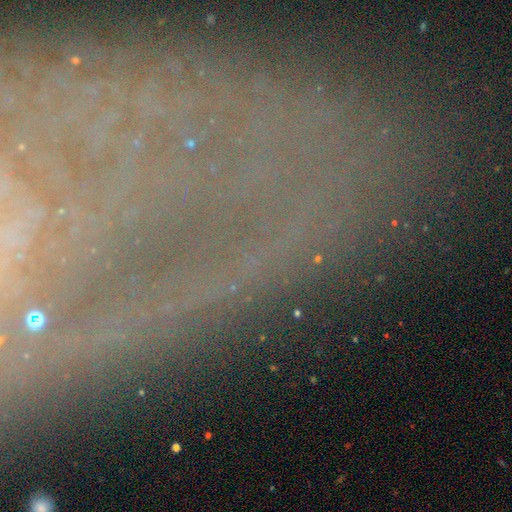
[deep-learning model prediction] smooth-or-featured: star or artifact: 64% | featured or disk: 23% | smooth: 13%